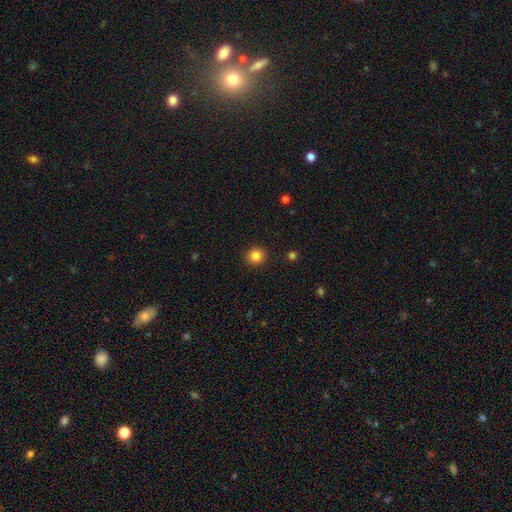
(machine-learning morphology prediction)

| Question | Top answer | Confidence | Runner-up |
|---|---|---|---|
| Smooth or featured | smooth | 84% | star or artifact (11%) |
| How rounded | round | 89% | in between (10%) |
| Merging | none | 92% | minor disturbance (5%) |